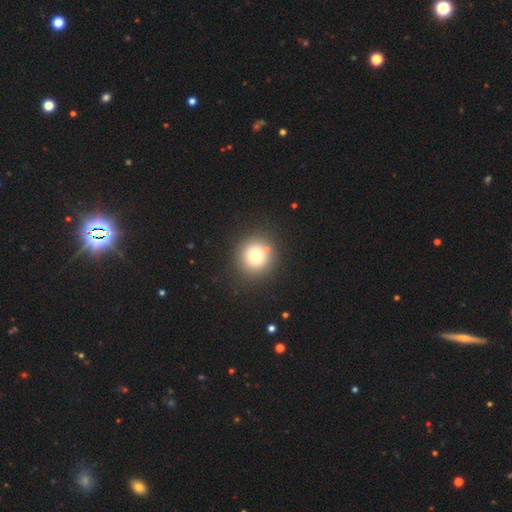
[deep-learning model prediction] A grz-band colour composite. It shows a smooth galaxy with no disk features (75%) that is round (93%). Merging: none (83%).